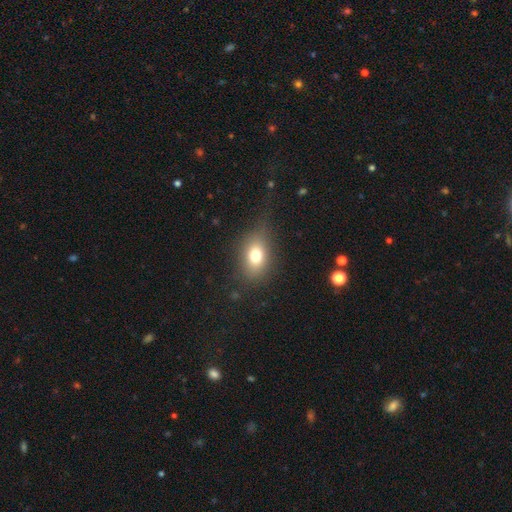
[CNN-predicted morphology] smooth 76%, featured or disk 13%, star or artifact 11%. Down the decision tree: how rounded — in between (76%); merging — none (69%).